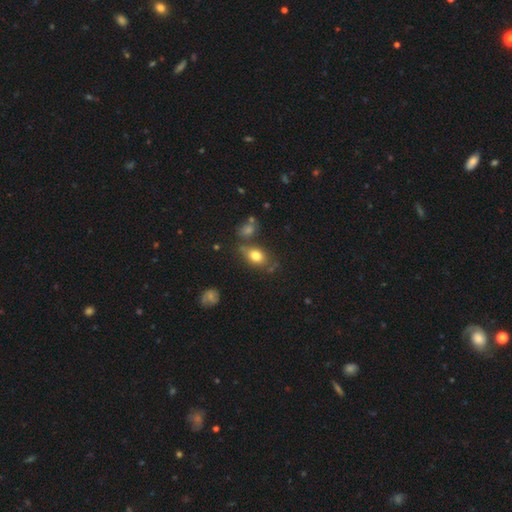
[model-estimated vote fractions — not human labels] This is likely a smooth galaxy (76%). How rounded: likely in between (78%). Merging: likely none (66%).